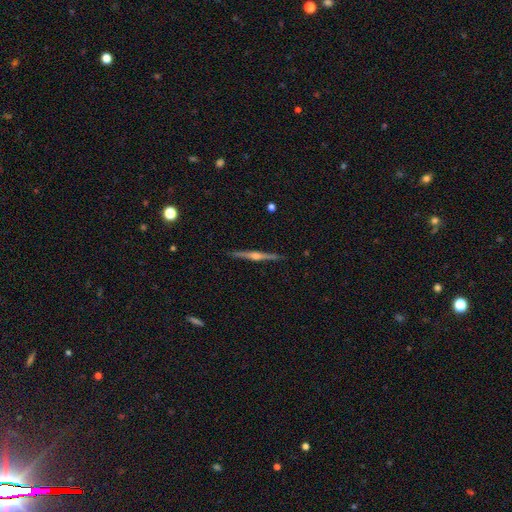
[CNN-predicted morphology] This appears to be a featured or disk galaxy (85%) viewed edge-on (99%) with a rounded central bulge (91%). Merging: none (92%).